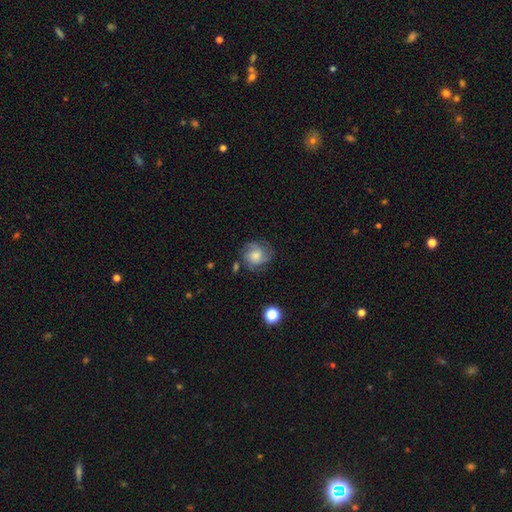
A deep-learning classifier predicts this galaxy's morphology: Smooth or featured? Predicted: featured or disk (p=0.57). Edge-on disk? Predicted: no (p=0.98). Bar? Predicted: no (p=0.73). Spiral arms? Predicted: yes (p=0.89). Bulge size? Predicted: moderate (p=0.44). Merging? Predicted: none (p=0.71).